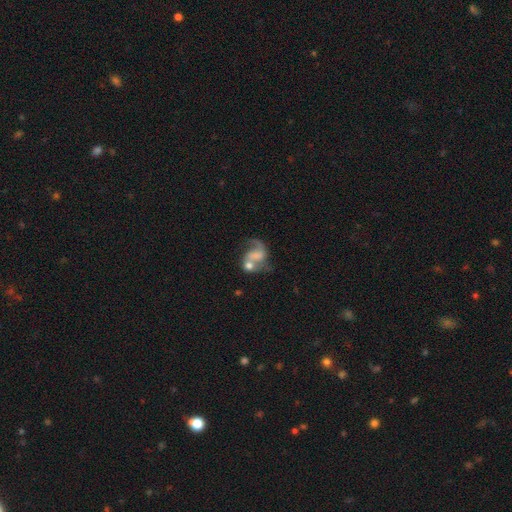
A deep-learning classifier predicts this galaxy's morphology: This is likely a featured or disk galaxy (66%). It is clearly not viewed edge-on (98%). Bar: possibly no (53%). Spiral arm pattern: clearly yes (84%). Spiral arm count: likely 2 (63%). Spiral winding: likely loose (63%). Central bulge: marginally none (43%). Merging: marginally merger (35%).